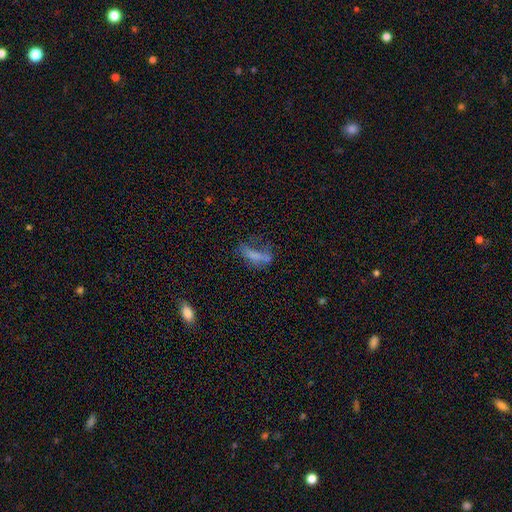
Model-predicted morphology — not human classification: smooth_or_featured: smooth (p=0.59) [alt: featured or disk p=0.26]
how_rounded: in between (p=0.51) [alt: cigar-shaped p=0.45]
merging: major disturbance (p=0.35) [alt: none p=0.32]